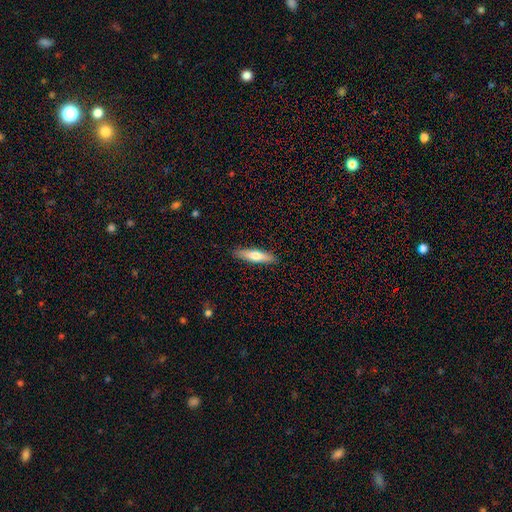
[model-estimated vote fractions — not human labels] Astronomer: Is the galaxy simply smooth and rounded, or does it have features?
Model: smooth — 64%.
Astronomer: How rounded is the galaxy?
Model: cigar-shaped — 71%.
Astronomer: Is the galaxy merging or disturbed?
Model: none — 90%.